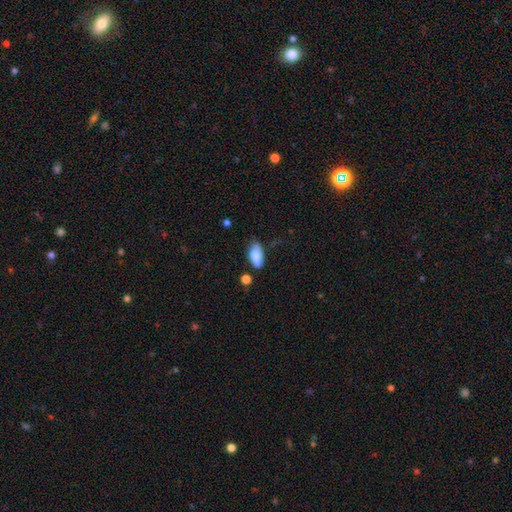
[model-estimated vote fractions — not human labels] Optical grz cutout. It shows a smooth galaxy with no disk features (80%) that is in between round and cigar-shaped (90%). Merging: none (57%).